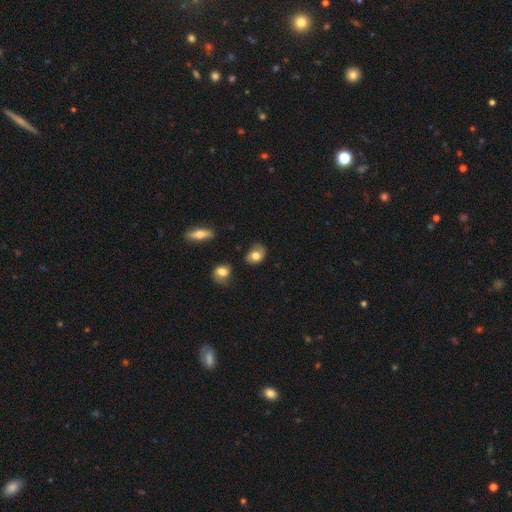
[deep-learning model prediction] smooth_or_featured: smooth (p=0.76) [alt: featured or disk p=0.15]
how_rounded: in between (p=0.63) [alt: round p=0.35]
merging: none (p=0.55) [alt: minor disturbance p=0.31]